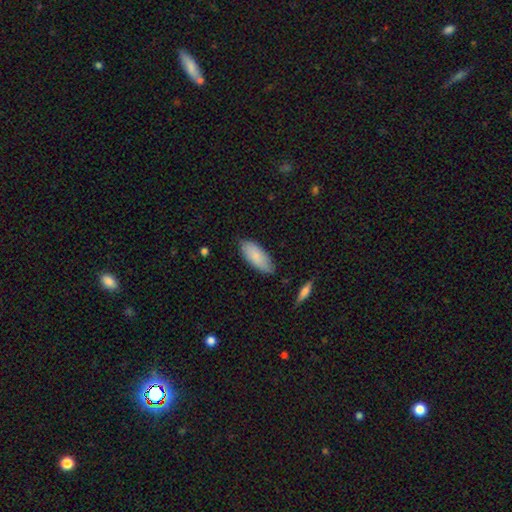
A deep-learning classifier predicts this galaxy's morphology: Q: Smooth or featured?
A: smooth (85%); runner-up: featured or disk (9%)
Q: How rounded?
A: in between (82%); runner-up: cigar-shaped (17%)
Q: Merging?
A: none (81%); runner-up: minor disturbance (15%)